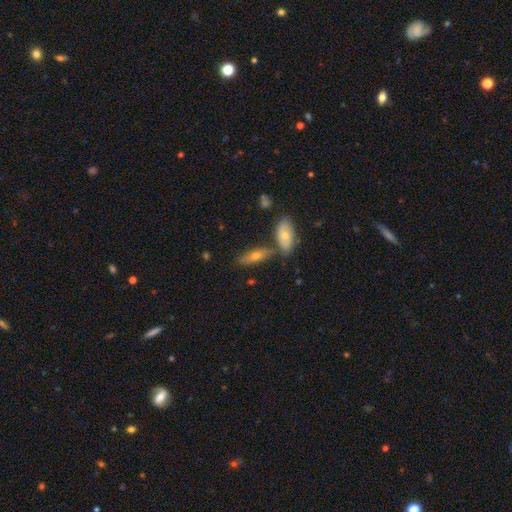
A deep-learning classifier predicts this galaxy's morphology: smooth 51%, featured or disk 42%, star or artifact 8%. Down the decision tree: how rounded — in between (57%); merging — none (60%).